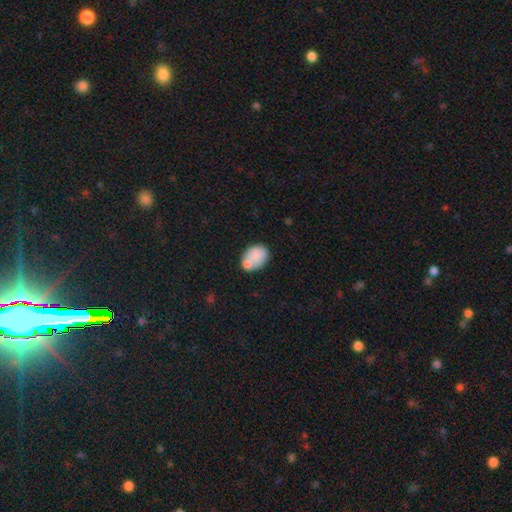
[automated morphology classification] This appears to be a smooth galaxy with no disk features (79%) that is in between round and cigar-shaped (73%). Merging: none (54%).